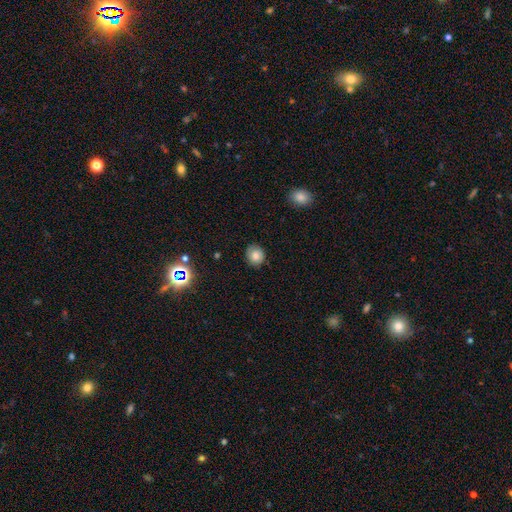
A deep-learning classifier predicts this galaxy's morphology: type=smooth (78%); roundness=round (77%); merging=none (83%).